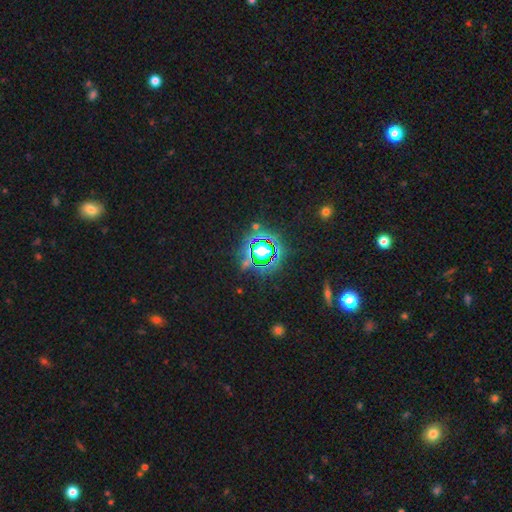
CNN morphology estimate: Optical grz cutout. It shows a star or artifact, not a galaxy (77%).